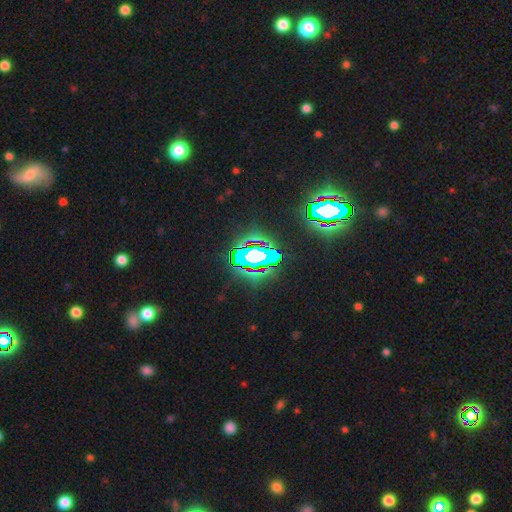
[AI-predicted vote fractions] Smooth or featured? star or artifact (62%)